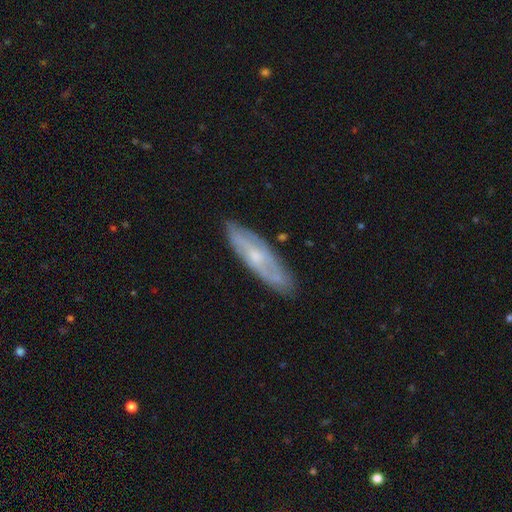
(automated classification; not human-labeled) Q: Smooth or featured?
A: featured or disk (62%); runner-up: smooth (31%)
Q: Edge-on disk?
A: no (64%); runner-up: yes (36%)
Q: Merging?
A: none (81%); runner-up: minor disturbance (14%)